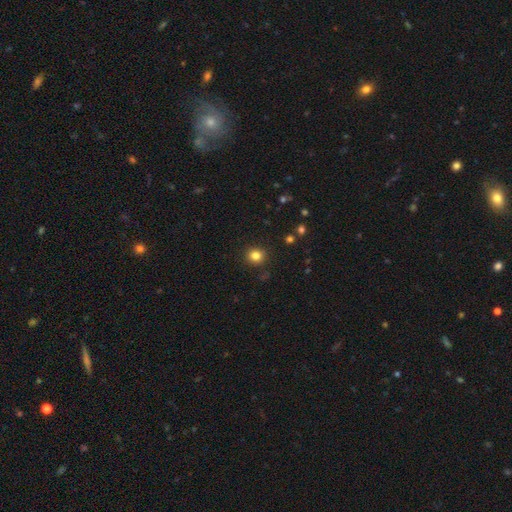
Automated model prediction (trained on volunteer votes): smooth 82%, star or artifact 13%, featured or disk 5%. Down the decision tree: how rounded — round (89%); merging — none (91%).